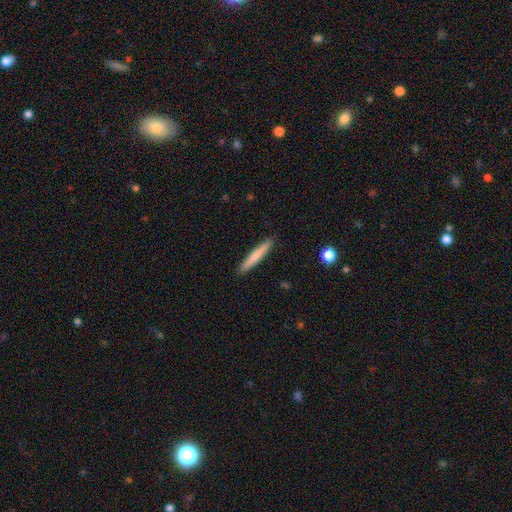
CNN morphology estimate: A smooth galaxy with no disk features (70%) that is cigar-shaped (95%). Merging: none (91%).